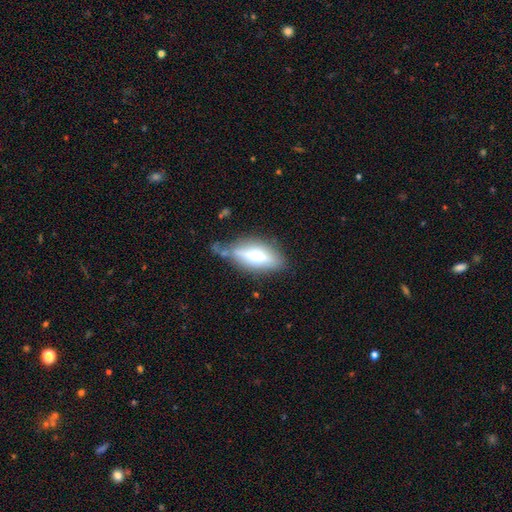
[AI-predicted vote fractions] A featured or disk galaxy (49%). Merging: none (63%).